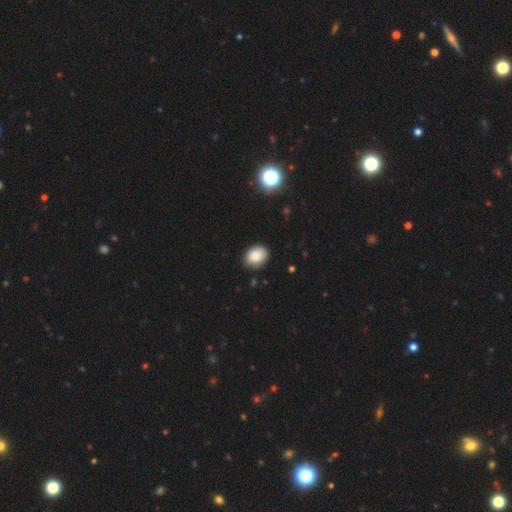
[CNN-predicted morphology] Overall: smooth (87%). How rounded: in between (59%; round 40%). Merging: none (83%).